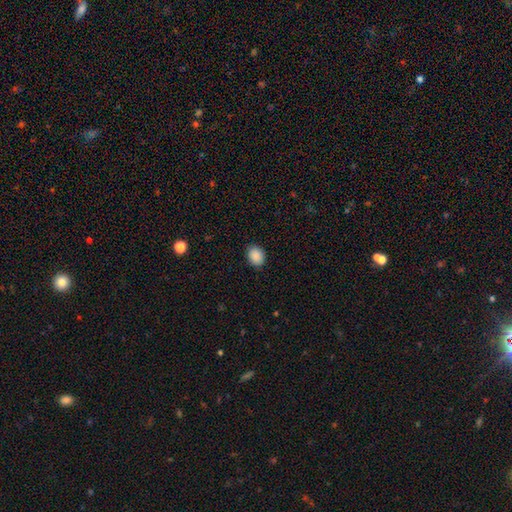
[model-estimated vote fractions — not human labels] Smooth or featured?
  - smooth: 89% *
  - star or artifact: 8%
  - featured or disk: 3%
How rounded?
  - in between: 59% *
  - round: 40%
  - cigar-shaped: 1%
Merging?
  - none: 88% *
  - minor disturbance: 9%
  - major disturbance: 2%
  - merger: 1%